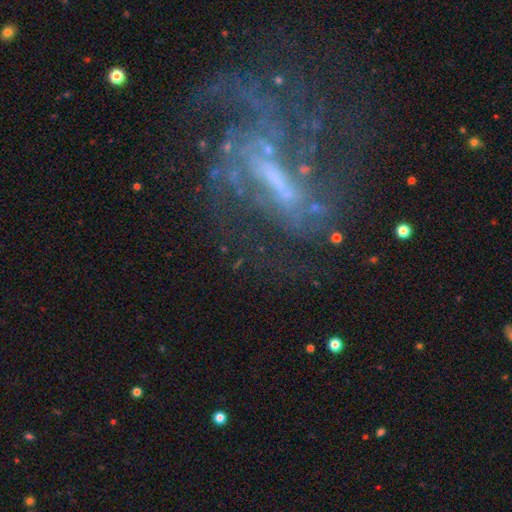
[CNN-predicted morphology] featured or disk 80%, star or artifact 13%, smooth 8%. Down the decision tree: edge-on disk — no (94%); bar — strong (46%); spiral arms — yes (84%); spiral arm count — can't tell (35%); spiral winding — medium (41%); bulge size — none (41%); merging — none (48%).